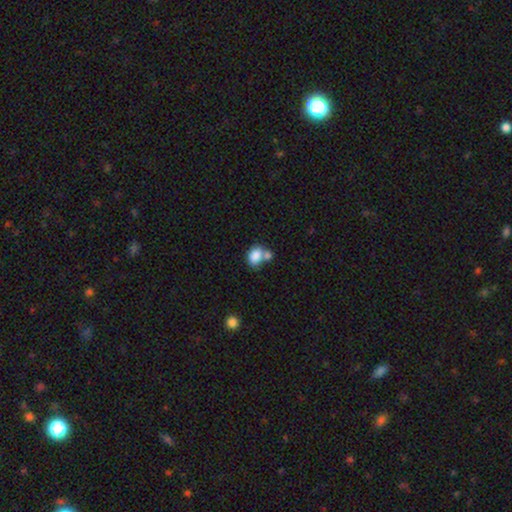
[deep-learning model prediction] This is clearly a smooth galaxy (83%). How rounded: likely in between (63%). Merging: possibly merger (48%).